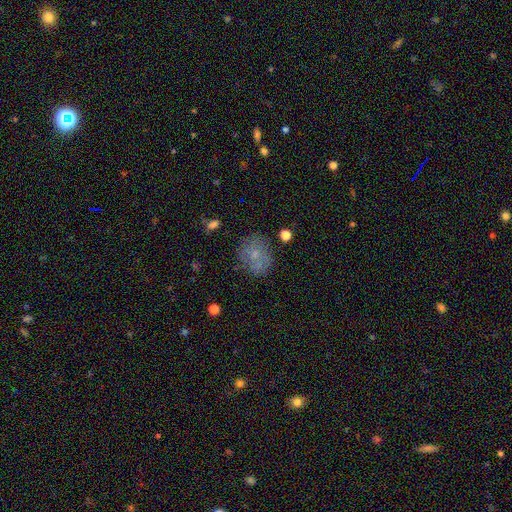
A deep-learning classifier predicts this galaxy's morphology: Q: Smooth or featured?
A: smooth (53%); runner-up: featured or disk (33%)
Q: How rounded?
A: round (65%); runner-up: in between (33%)
Q: Merging?
A: none (67%); runner-up: minor disturbance (19%)